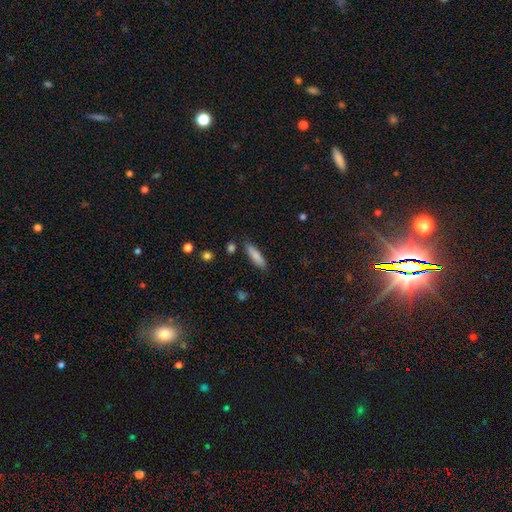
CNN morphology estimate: type=smooth (81%); roundness=cigar-shaped (74%); merging=none (84%).